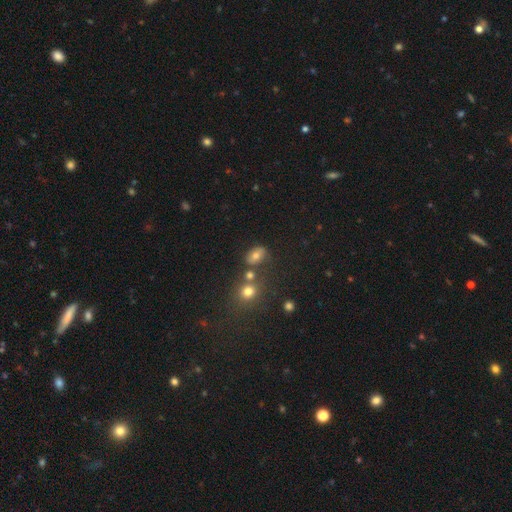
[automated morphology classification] smooth-or-featured: smooth: 69% | star or artifact: 17% | featured or disk: 15%
  how-rounded: in between: 73% | round: 25% | cigar-shaped: 2%
  merging: none: 66% | minor disturbance: 15% | merger: 14% | major disturbance: 5%